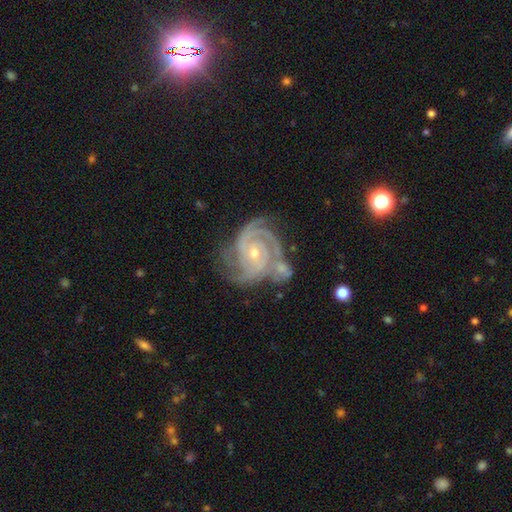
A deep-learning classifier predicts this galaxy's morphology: Smooth or featured?
  - featured or disk: 91% *
  - star or artifact: 6%
  - smooth: 3%
Edge-on disk?
  - no: 98% *
  - yes: 2%
Bar?
  - no: 64% *
  - weak: 26%
  - strong: 10%
Spiral arms?
  - yes: 99% *
  - no: 1%
Spiral winding?
  - tight: 63% *
  - medium: 32%
  - loose: 5%
Spiral arm count?
  - 3: 50% *
  - 2: 21%
  - 4: 12%
  - can't tell: 8%
  - more than 4: 5%
  - 1: 5%
Bulge size?
  - small: 65% *
  - moderate: 32%
  - none: 1%
  - large: 1%
  - dominant: 1%
Merging?
  - none: 57% *
  - minor disturbance: 22%
  - merger: 12%
  - major disturbance: 9%